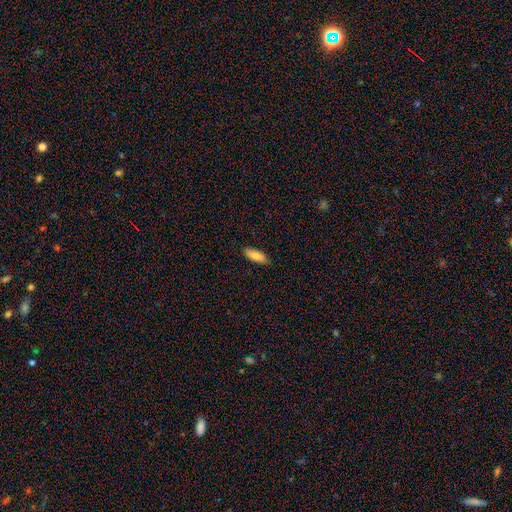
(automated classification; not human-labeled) smooth 84%, featured or disk 10%, star or artifact 6%. Down the decision tree: how rounded — in between (67%); merging — none (86%).